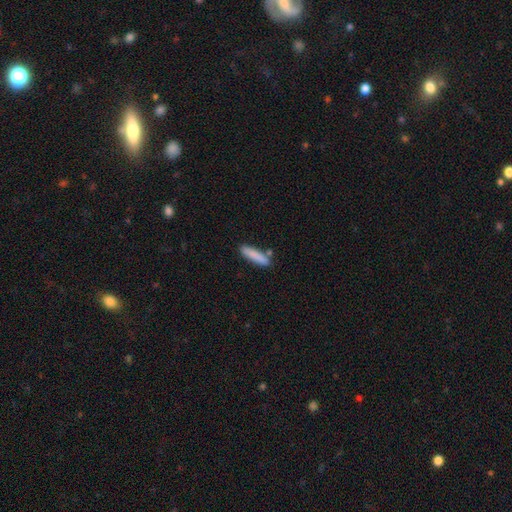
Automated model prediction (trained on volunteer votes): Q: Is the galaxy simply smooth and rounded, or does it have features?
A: smooth — 85%.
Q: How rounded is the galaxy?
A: cigar-shaped — 83%.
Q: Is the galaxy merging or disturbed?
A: none — 79%.